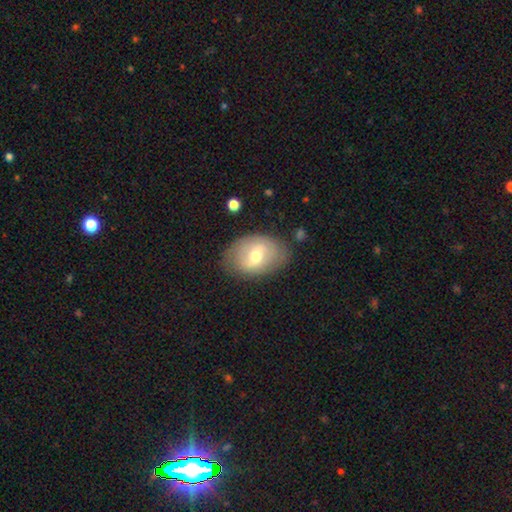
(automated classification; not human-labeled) This is possibly a smooth galaxy (51%). How rounded: likely in between (76%). Merging: likely none (74%).